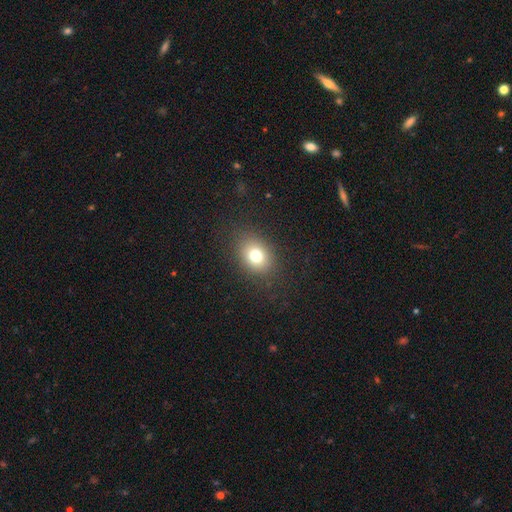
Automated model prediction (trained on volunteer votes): smooth 76%, star or artifact 13%, featured or disk 11%. Down the decision tree: how rounded — in between (59%); merging — none (85%).